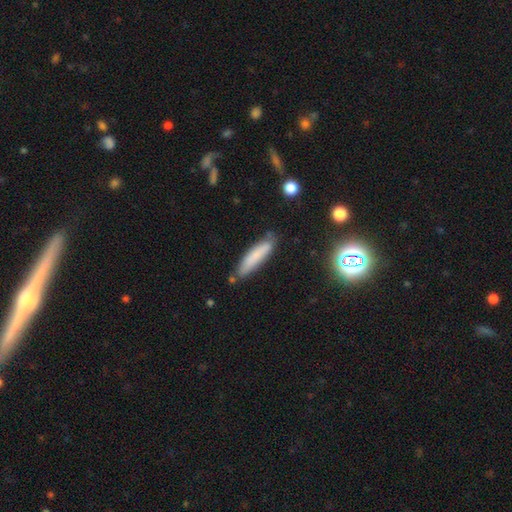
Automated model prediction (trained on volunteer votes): Smooth or featured? smooth (76%)
How rounded? cigar-shaped (81%)
Merging? none (77%)